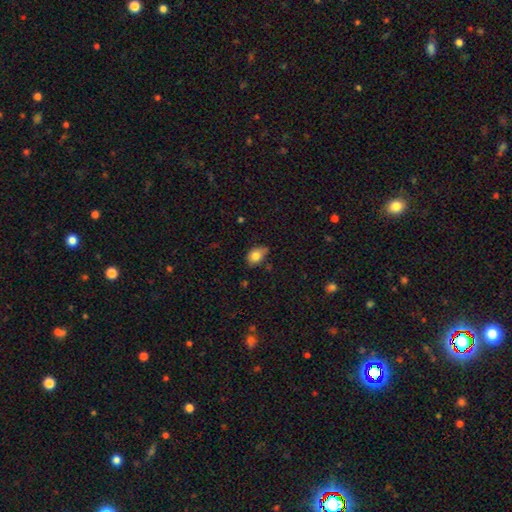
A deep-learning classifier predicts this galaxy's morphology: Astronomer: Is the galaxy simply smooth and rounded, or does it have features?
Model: smooth — 81%.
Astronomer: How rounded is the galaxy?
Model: in between — 76%.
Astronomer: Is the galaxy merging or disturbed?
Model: none — 60%.